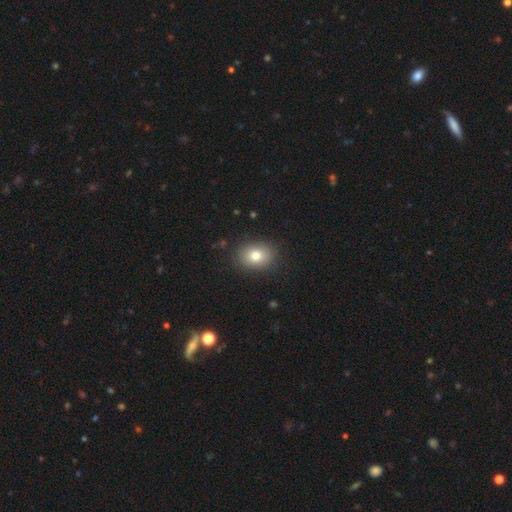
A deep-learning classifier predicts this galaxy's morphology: smooth_or_featured: smooth (p=0.79) [alt: featured or disk p=0.11]
how_rounded: in between (p=0.56) [alt: round p=0.43]
merging: none (p=0.87) [alt: minor disturbance p=0.09]